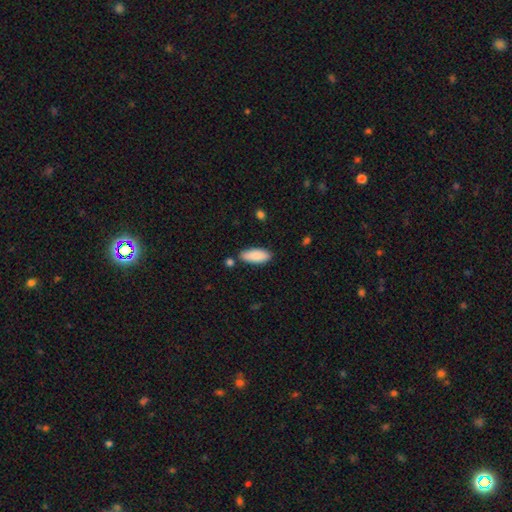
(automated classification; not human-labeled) Morphology: type=smooth (89%); roundness=in between (81%); merging=none (80%).